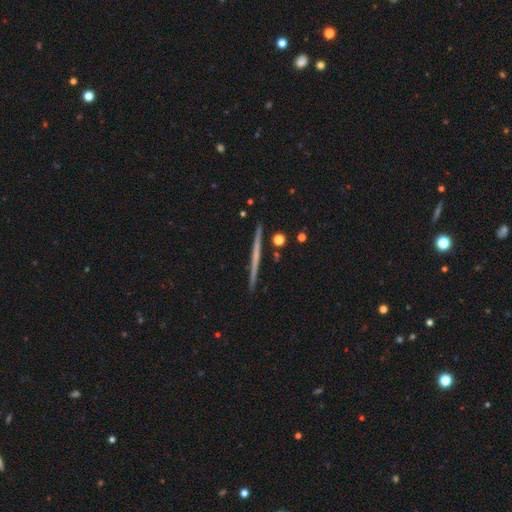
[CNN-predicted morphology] A featured or disk galaxy (59%) viewed edge-on (98%) with no central bulge (88%).

Vote fractions:
- Smooth or featured? featured or disk: 59% / smooth: 36% / star or artifact: 6%
- Edge-on disk? yes: 98% / no: 2%
- Edge-on bulge? none: 88% / rounded: 9% / boxy: 3%
- Merging? none: 92% / minor disturbance: 5% / merger: 1% / major disturbance: 1%